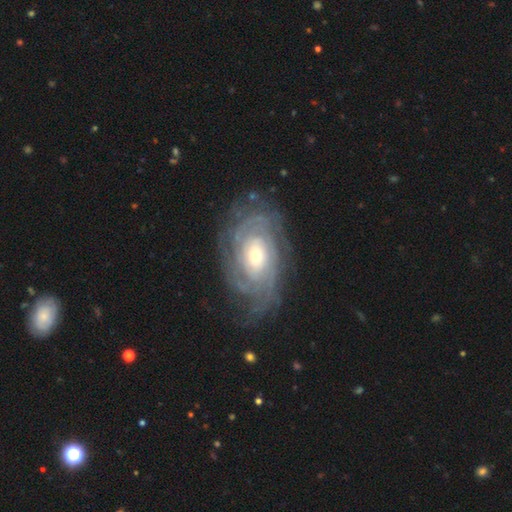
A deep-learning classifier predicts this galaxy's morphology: Smooth or featured: featured or disk — 88% (smooth — 7%)
Edge-on disk: no — 96% (yes — 4%)
Bar: no — 71% (weak — 22%)
Spiral arms: yes — 96% (no — 4%)
Spiral winding: tight — 77% (medium — 19%)
Spiral arm count: can't tell — 35% (4 — 17%)
Bulge size: small — 46% (moderate — 45%)
Merging: none — 74% (minor disturbance — 17%)